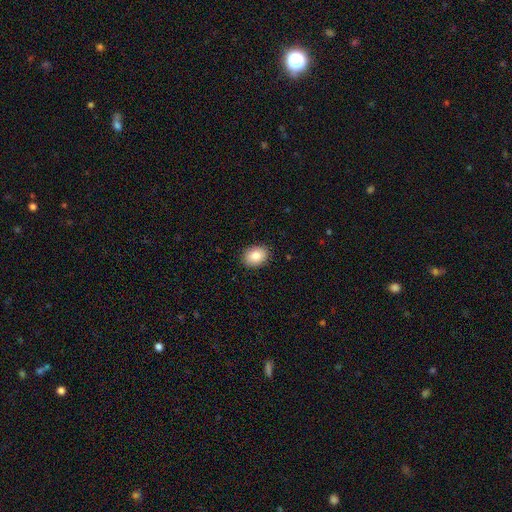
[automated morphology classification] A smooth galaxy with no disk features (85%) that is in between round and cigar-shaped (62%). Merging: none (89%).